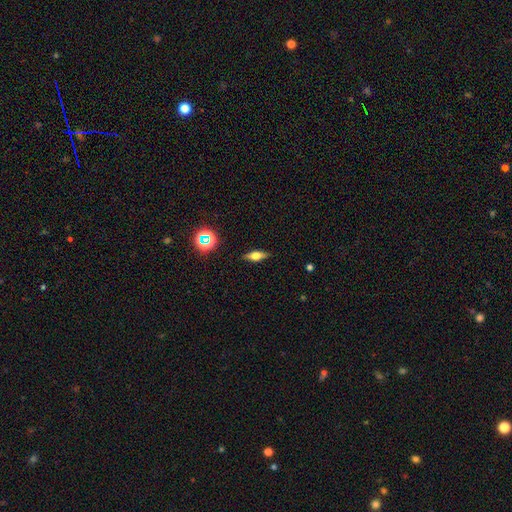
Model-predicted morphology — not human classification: featured or disk 45%, smooth 44%, star or artifact 12%. Down the decision tree: merging — none (88%).